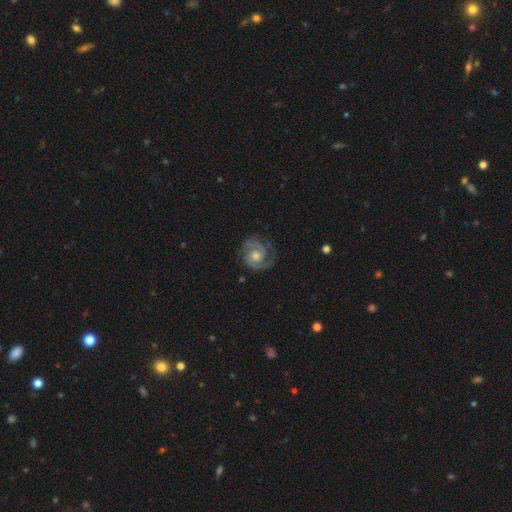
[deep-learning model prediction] smooth_or_featured: featured or disk (p=0.87) [alt: smooth p=0.08]
disk_edge_on: no (p=0.98) [alt: yes p=0.02]
bar: no (p=0.64) [alt: weak p=0.30]
has_spiral_arms: yes (p=0.97) [alt: no p=0.03]
spiral_winding: tight (p=0.52) [alt: medium p=0.41]
spiral_arm_count: 2 (p=0.85) [alt: 3 p=0.05]
bulge_size: moderate (p=0.67) [alt: small p=0.22]
merging: none (p=0.79) [alt: minor disturbance p=0.14]